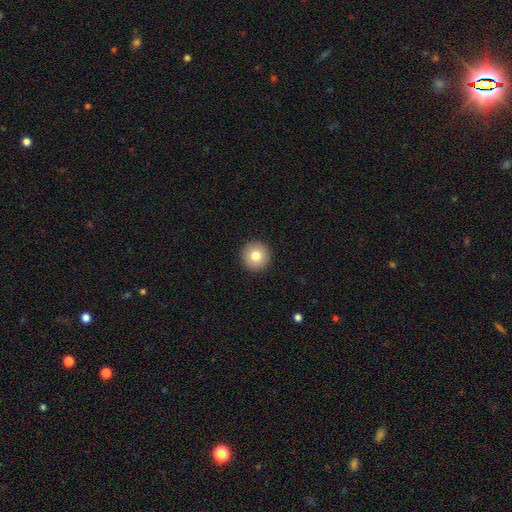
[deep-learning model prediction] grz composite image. It shows a smooth galaxy with no disk features (80%) that is round (96%). Merging: none (93%).